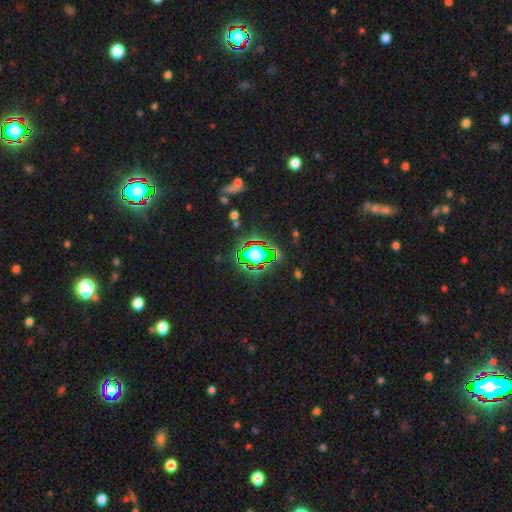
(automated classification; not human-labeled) star or artifact 65%, smooth 21%, featured or disk 14%.